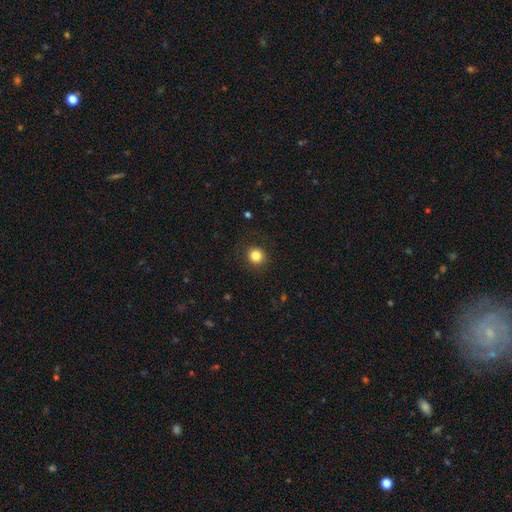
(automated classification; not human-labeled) smooth 84%, star or artifact 11%, featured or disk 5%. Down the decision tree: how rounded — round (90%); merging — none (90%).